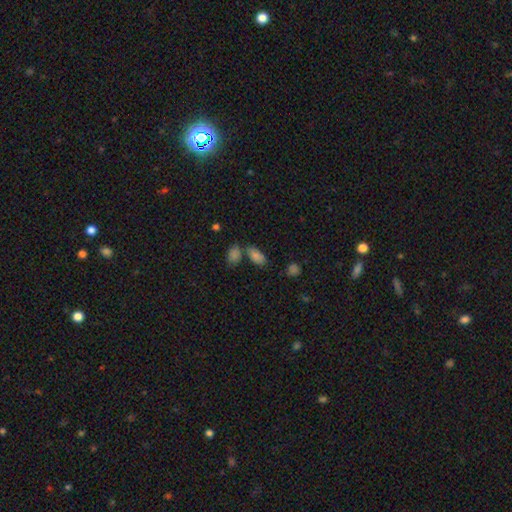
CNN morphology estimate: Smooth or featured: smooth — 80% (star or artifact — 13%)
How rounded: in between — 89% (cigar-shaped — 6%)
Merging: none — 57% (merger — 26%)